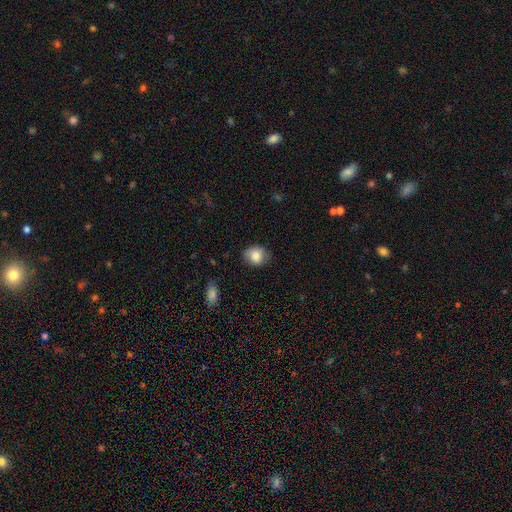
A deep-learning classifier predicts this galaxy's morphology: type=smooth (82%); roundness=round (59%); merging=none (75%).